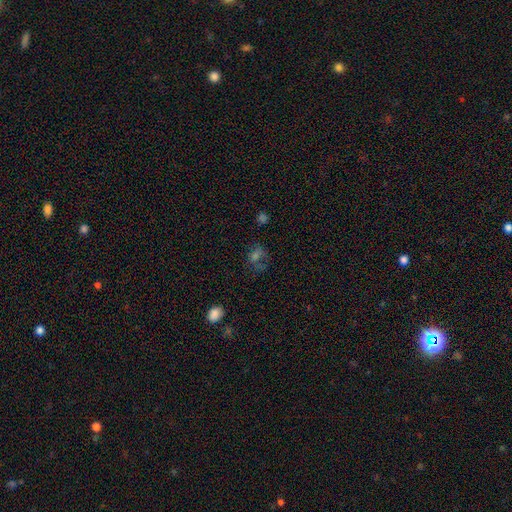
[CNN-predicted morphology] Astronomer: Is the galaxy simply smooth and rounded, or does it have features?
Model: smooth — 42% (runner-up: star or artifact, 31%).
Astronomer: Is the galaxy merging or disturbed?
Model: none — 53%.